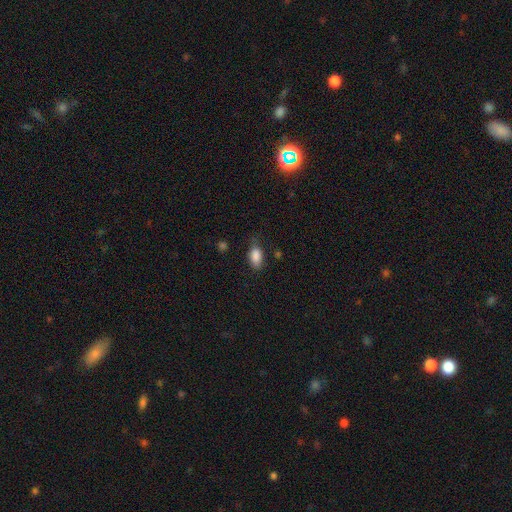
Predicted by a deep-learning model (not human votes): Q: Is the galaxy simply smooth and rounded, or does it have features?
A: smooth — 86%.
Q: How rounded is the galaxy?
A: in between — 89%.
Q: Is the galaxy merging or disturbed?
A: none — 60%.